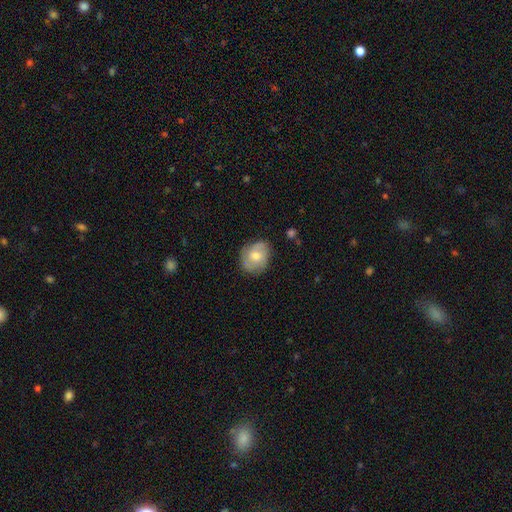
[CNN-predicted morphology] Smooth or featured: smooth — 48% (featured or disk — 45%)
Merging: none — 73% (minor disturbance — 20%)